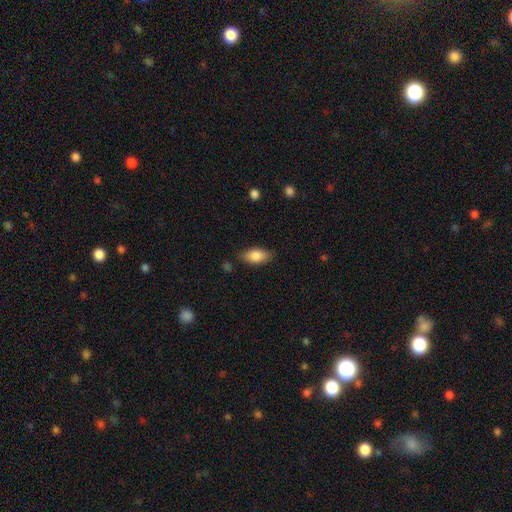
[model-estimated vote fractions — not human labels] A smooth galaxy with no disk features (83%) that is in between round and cigar-shaped (90%).

Vote fractions:
- Smooth or featured? smooth: 83% / featured or disk: 10% / star or artifact: 7%
- How rounded? in between: 90% / cigar-shaped: 7% / round: 4%
- Merging? none: 81% / minor disturbance: 14% / major disturbance: 3% / merger: 2%